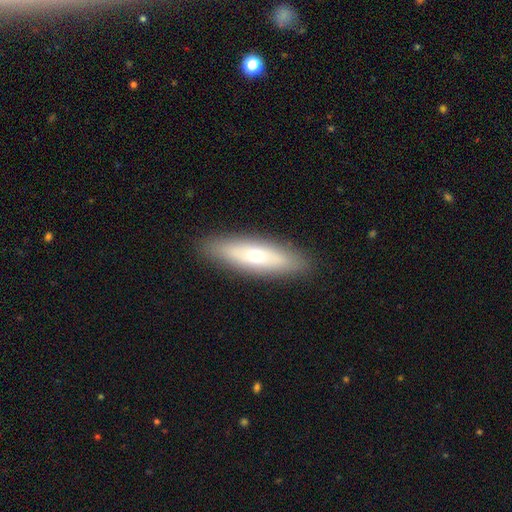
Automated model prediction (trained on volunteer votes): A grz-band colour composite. It shows a smooth galaxy with no disk features (54%) that is cigar-shaped (61%). Merging: none (89%).